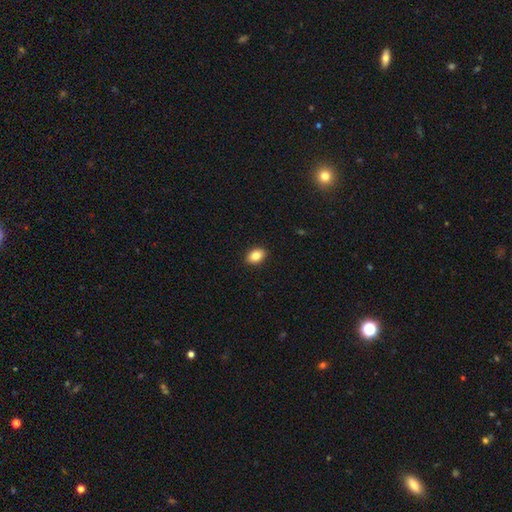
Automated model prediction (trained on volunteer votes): The model was most divided on "how rounded": in between: 81%, round: 18%, cigar-shaped: 1%. More confident: merging — none (91%); smooth or featured — smooth (86%).